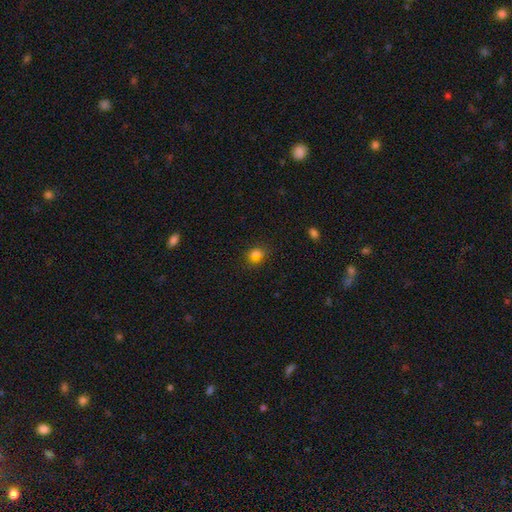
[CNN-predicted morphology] Smooth or featured?
  - smooth: 69% *
  - star or artifact: 22%
  - featured or disk: 9%
How rounded?
  - round: 65% *
  - in between: 33%
  - cigar-shaped: 2%
Merging?
  - none: 76% *
  - minor disturbance: 13%
  - merger: 7%
  - major disturbance: 4%